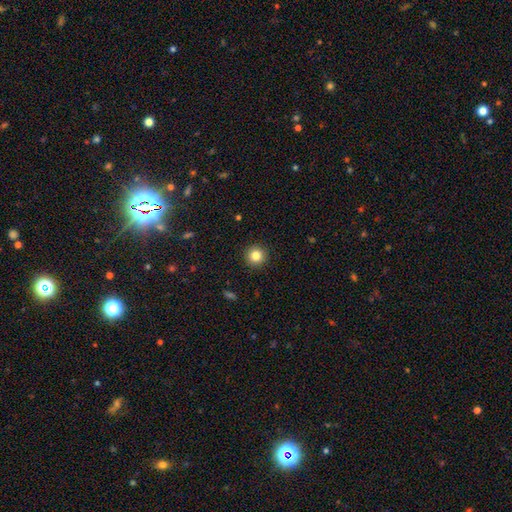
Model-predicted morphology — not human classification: This is clearly a smooth galaxy (83%). How rounded: clearly round (96%). Merging: clearly none (93%).